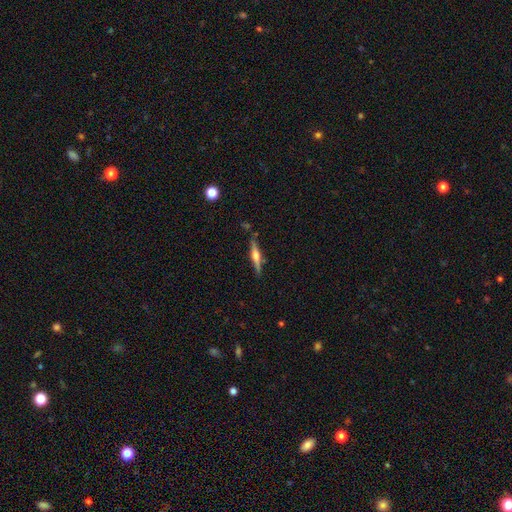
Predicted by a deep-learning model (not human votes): This appears to be a featured or disk galaxy (71%) viewed edge-on (97%) with a rounded central bulge (89%). Merging: none (83%).